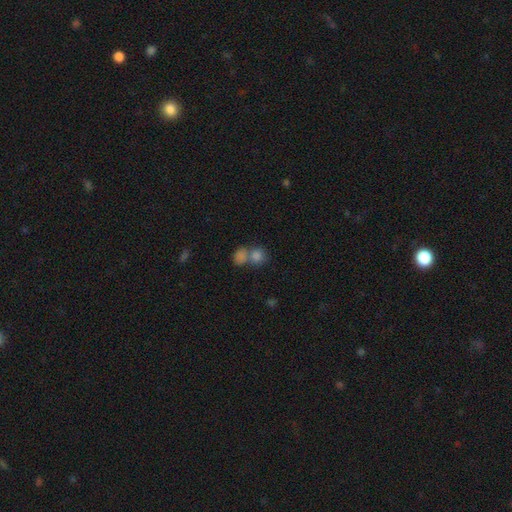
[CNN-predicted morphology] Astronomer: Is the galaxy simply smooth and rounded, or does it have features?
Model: smooth — 78%.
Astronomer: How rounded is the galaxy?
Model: round — 74%.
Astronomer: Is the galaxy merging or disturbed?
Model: merger — 51% (runner-up: none, 38%).